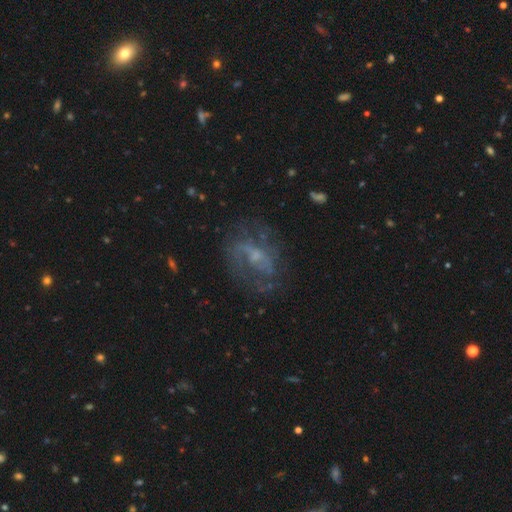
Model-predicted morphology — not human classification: Smooth or featured: featured or disk — 71% (smooth — 18%)
Edge-on disk: no — 97% (yes — 3%)
Bar: no — 46% (weak — 43%)
Spiral arms: yes — 72% (no — 28%)
Bulge size: small — 51% (moderate — 29%)
Merging: none — 59% (major disturbance — 20%)